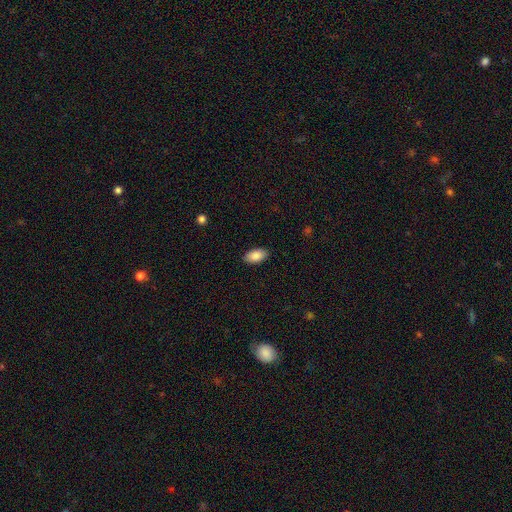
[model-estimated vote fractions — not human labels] Smooth or featured? Predicted: smooth (p=0.88). How rounded? Predicted: in between (p=0.94). Merging? Predicted: none (p=0.89).